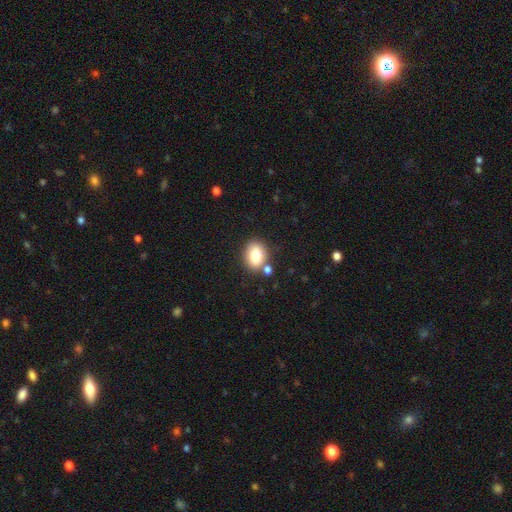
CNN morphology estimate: smooth 80%, featured or disk 11%, star or artifact 9%. Down the decision tree: how rounded — in between (67%); merging — none (72%).